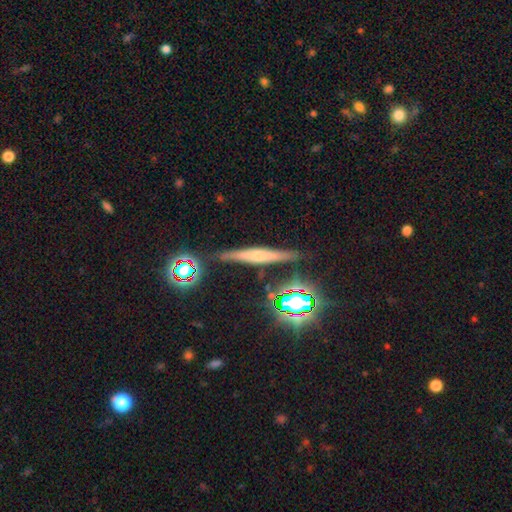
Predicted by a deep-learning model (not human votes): Smooth or featured?
  - featured or disk: 51% *
  - smooth: 31%
  - star or artifact: 18%
Edge-on disk?
  - yes: 94% *
  - no: 6%
Merging?
  - none: 85% *
  - minor disturbance: 9%
  - merger: 3%
  - major disturbance: 2%